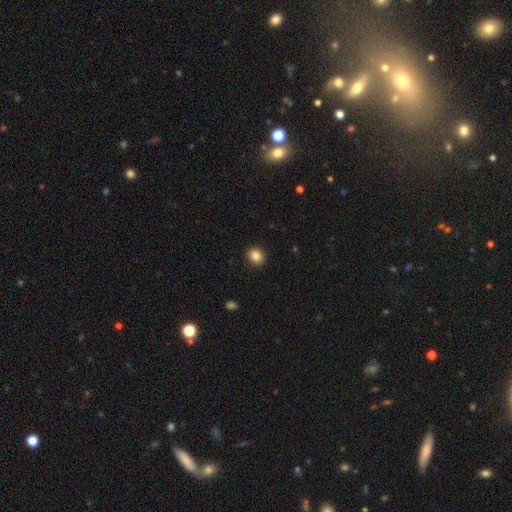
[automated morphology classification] smooth-or-featured: smooth: 86% | star or artifact: 10% | featured or disk: 5%
  how-rounded: round: 80% | in between: 19% | cigar-shaped: 1%
  merging: none: 92% | minor disturbance: 6% | major disturbance: 2% | merger: 1%